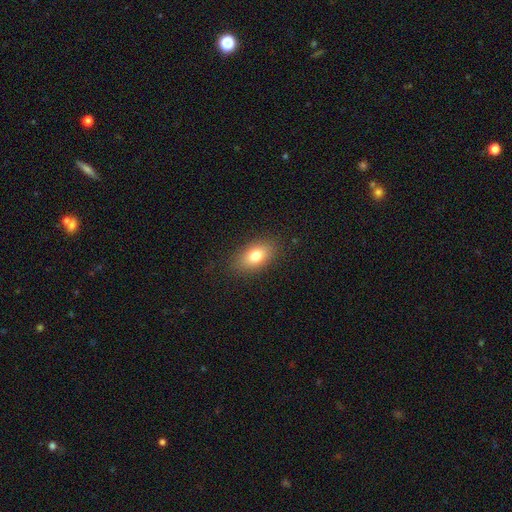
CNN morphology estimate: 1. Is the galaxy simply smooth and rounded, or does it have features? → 79% smooth, 12% featured or disk, 9% star or artifact.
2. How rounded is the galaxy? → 88% in between, 9% round, 3% cigar-shaped.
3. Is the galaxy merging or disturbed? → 85% none, 10% minor disturbance, 3% major disturbance, 1% merger.